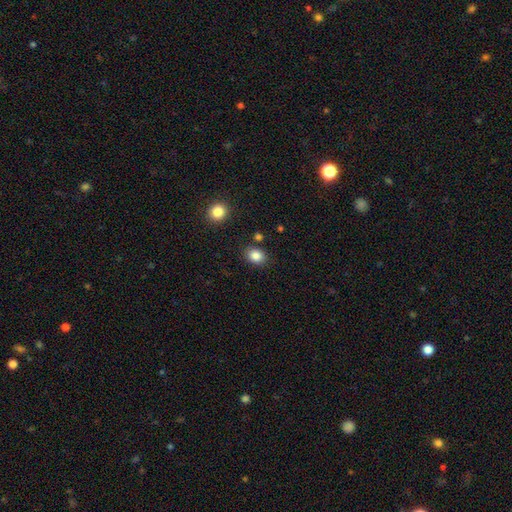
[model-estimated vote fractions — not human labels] Smooth or featured?
  - smooth: 85% *
  - star or artifact: 10%
  - featured or disk: 5%
How rounded?
  - in between: 54% *
  - round: 45%
  - cigar-shaped: 1%
Merging?
  - none: 83% *
  - minor disturbance: 10%
  - merger: 4%
  - major disturbance: 3%